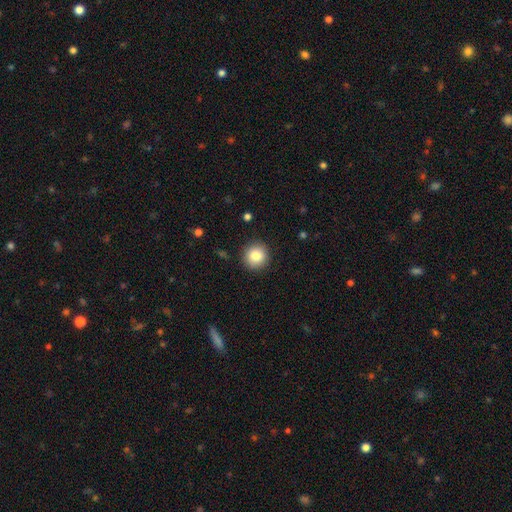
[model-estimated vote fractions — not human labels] The model was most divided on "smooth or featured": smooth: 84%, star or artifact: 9%, featured or disk: 7%. More confident: how rounded — round (94%); merging — none (91%).